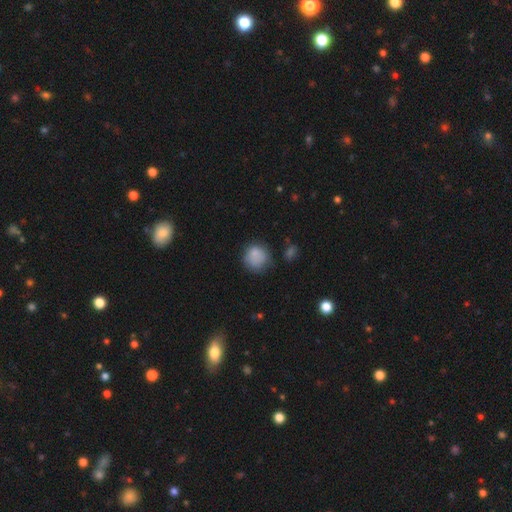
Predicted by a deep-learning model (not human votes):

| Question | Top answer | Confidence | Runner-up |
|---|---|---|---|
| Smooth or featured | smooth | 81% | featured or disk (10%) |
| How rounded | round | 85% | in between (14%) |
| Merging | none | 60% | minor disturbance (25%) |